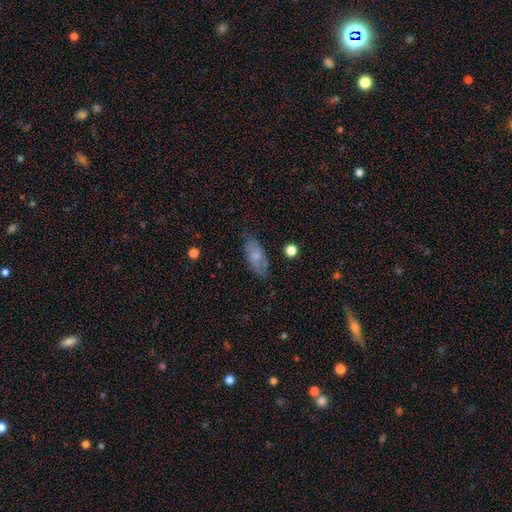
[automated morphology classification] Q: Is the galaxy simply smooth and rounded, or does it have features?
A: smooth — 58%.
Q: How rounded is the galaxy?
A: in between — 82%.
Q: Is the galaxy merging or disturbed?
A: none — 72%.